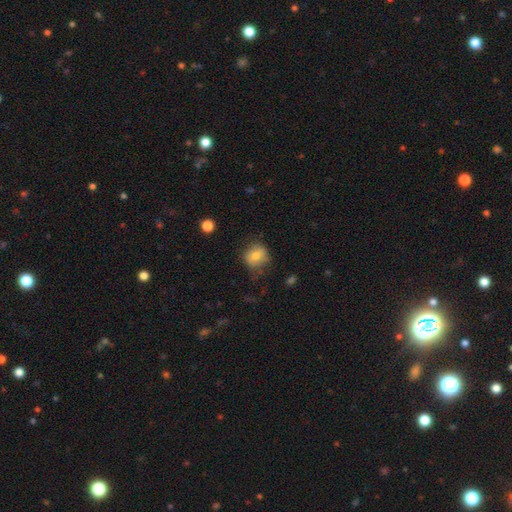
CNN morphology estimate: type=smooth (74%); roundness=round (78%); merging=none (68%).